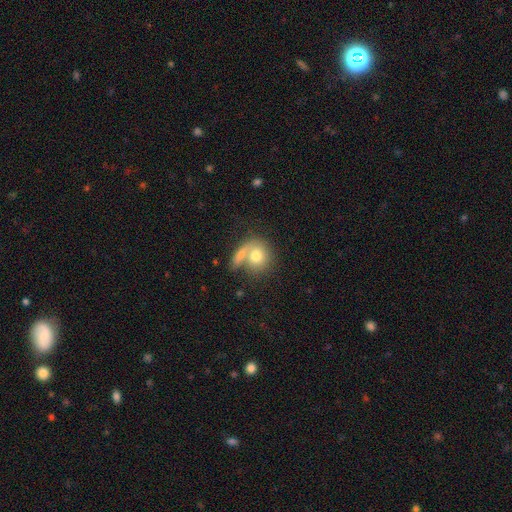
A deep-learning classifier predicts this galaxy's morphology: Smooth or featured?
  - smooth: 74% *
  - featured or disk: 19%
  - star or artifact: 7%
How rounded?
  - round: 76% *
  - in between: 22%
  - cigar-shaped: 2%
Merging?
  - merger: 42% *
  - none: 38%
  - minor disturbance: 11%
  - major disturbance: 9%